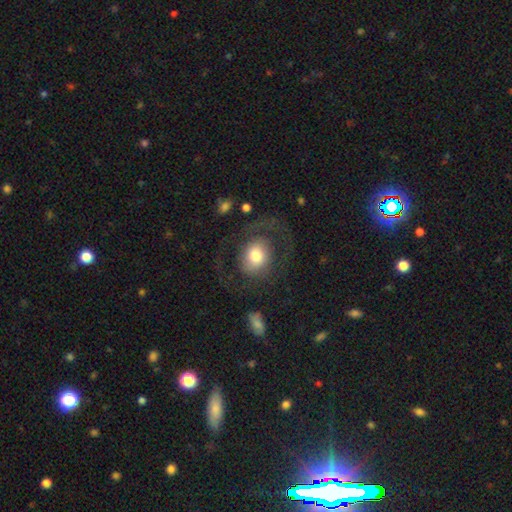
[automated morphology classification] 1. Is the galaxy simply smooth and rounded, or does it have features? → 52% smooth, 40% featured or disk, 8% star or artifact.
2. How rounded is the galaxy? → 56% round, 43% in between, 1% cigar-shaped.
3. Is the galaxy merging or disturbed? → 53% none, 30% major disturbance, 14% minor disturbance, 2% merger.